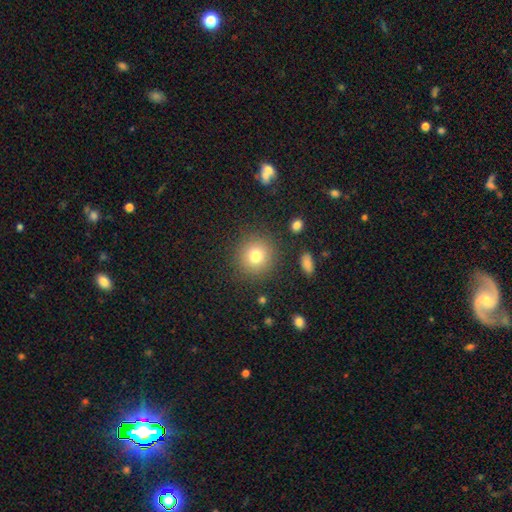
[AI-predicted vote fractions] Smooth or featured? smooth (77%)
How rounded? round (92%)
Merging? none (87%)